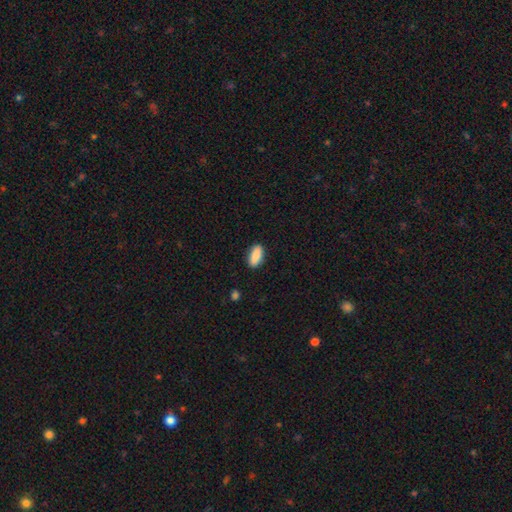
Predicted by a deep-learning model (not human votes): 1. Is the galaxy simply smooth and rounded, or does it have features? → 90% smooth, 6% star or artifact, 4% featured or disk.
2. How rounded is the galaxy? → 86% in between, 11% cigar-shaped, 3% round.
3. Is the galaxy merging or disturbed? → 89% none, 8% minor disturbance, 2% major disturbance, 1% merger.